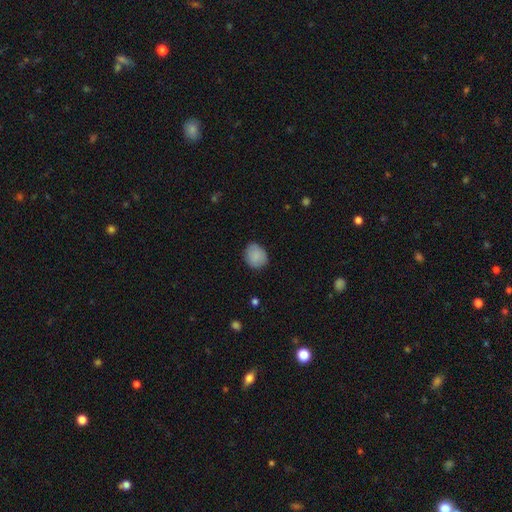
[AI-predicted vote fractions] Smooth or featured? Predicted: smooth (p=0.86). How rounded? Predicted: round (p=0.67). Merging? Predicted: none (p=0.80).